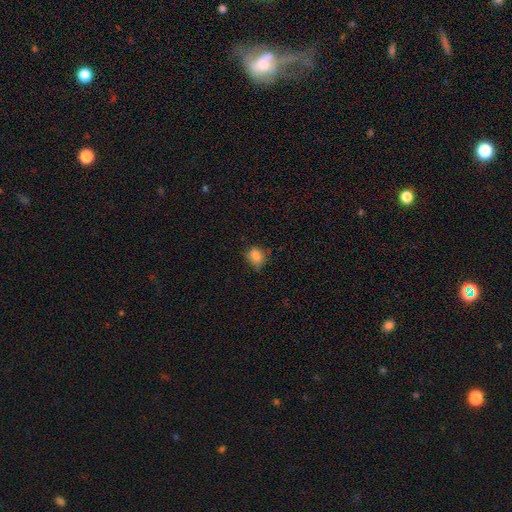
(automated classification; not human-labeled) smooth 82%, star or artifact 11%, featured or disk 7%. Down the decision tree: how rounded — in between (53%); merging — none (61%).